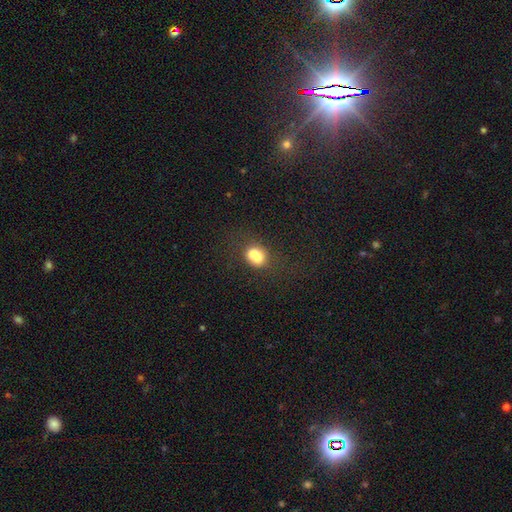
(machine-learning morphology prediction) This is likely a smooth galaxy (71%). How rounded: possibly round (51%). Merging: marginally merger (45%).